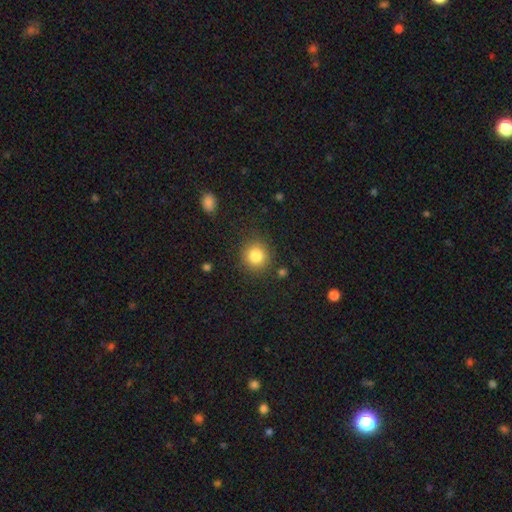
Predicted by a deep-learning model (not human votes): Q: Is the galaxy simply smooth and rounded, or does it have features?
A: smooth — 84%.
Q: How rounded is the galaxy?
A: round — 89%.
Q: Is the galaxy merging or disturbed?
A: none — 87%.